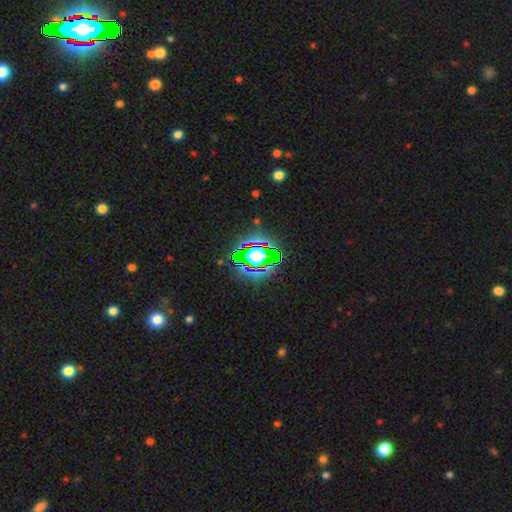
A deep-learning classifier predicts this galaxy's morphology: Q: Smooth or featured?
A: star or artifact (62%); runner-up: smooth (22%)